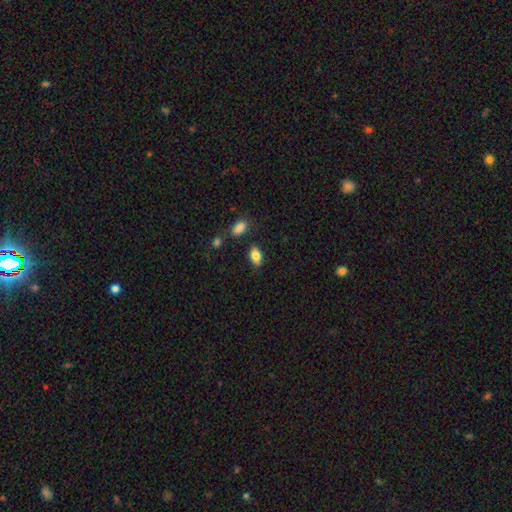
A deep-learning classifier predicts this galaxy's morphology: Smooth or featured? smooth (79%)
How rounded? in between (89%)
Merging? none (80%)